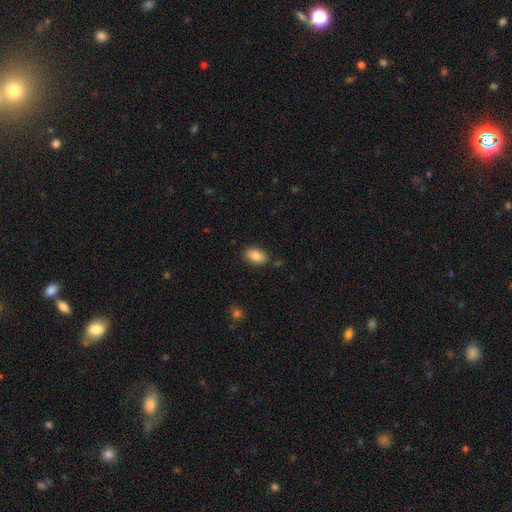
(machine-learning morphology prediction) Smooth or featured? smooth (85%)
How rounded? in between (88%)
Merging? none (84%)